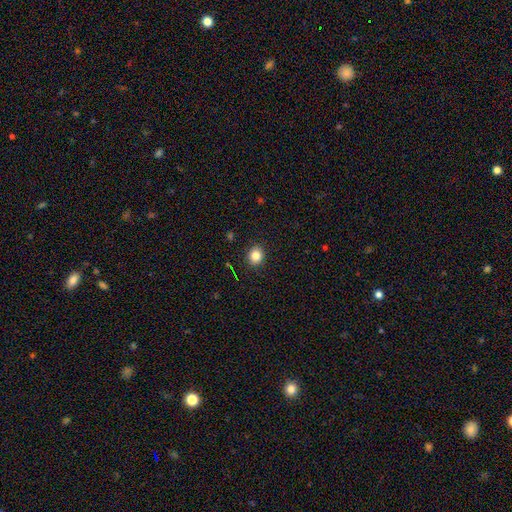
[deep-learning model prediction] A smooth galaxy with no disk features (83%) that is round (75%). Merging: none (91%).